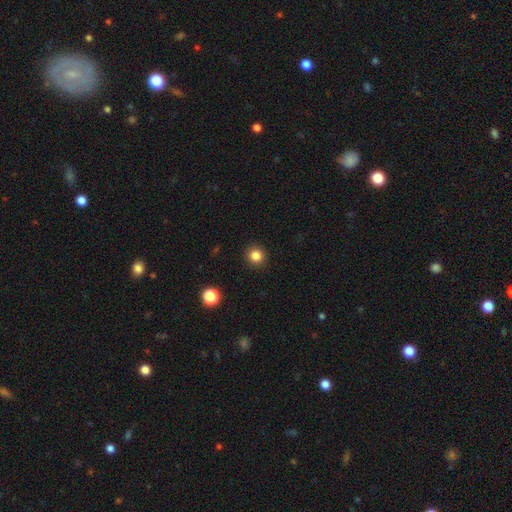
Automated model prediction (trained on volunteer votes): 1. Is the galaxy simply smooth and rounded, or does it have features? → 84% smooth, 12% star or artifact, 4% featured or disk.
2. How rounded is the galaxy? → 90% round, 9% in between, 1% cigar-shaped.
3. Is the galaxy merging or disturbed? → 91% none, 6% minor disturbance, 2% major disturbance, 1% merger.